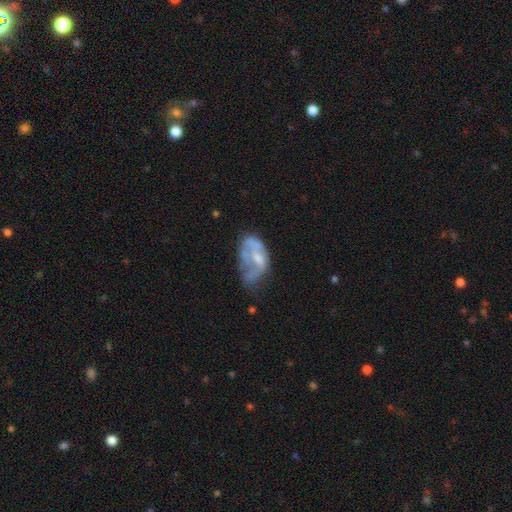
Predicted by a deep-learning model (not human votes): This is possibly a featured or disk galaxy (56%). It is clearly not viewed edge-on (97%). Bar: likely no (72%). Spiral arm pattern: likely no (72%). Central bulge: marginally moderate (35%). Merging: marginally major disturbance (36%).